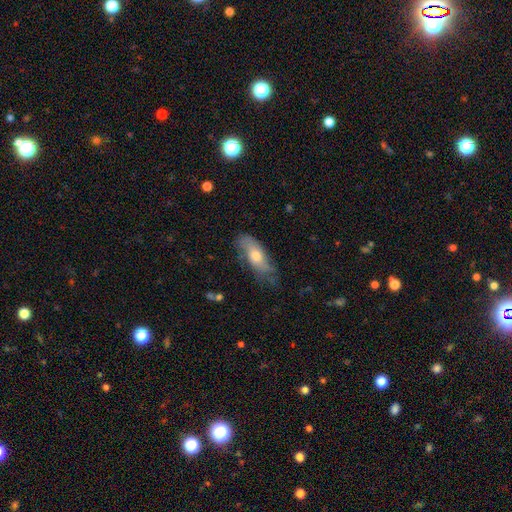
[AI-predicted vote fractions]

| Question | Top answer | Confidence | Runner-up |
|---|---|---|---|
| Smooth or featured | smooth | 54% | featured or disk (39%) |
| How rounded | in between | 69% | cigar-shaped (28%) |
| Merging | none | 56% | minor disturbance (31%) |